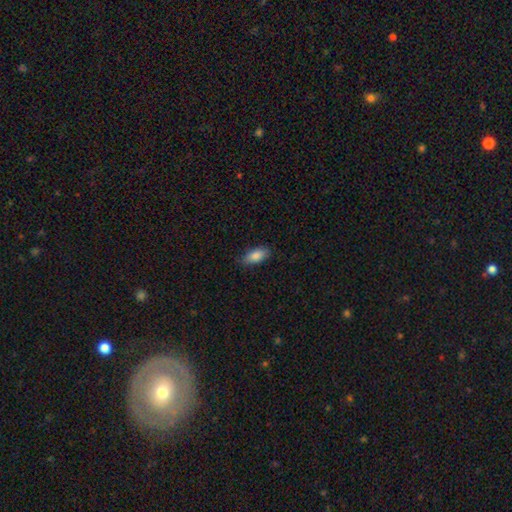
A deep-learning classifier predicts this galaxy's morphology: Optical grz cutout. It shows a smooth galaxy with no disk features (86%) that is in between round and cigar-shaped (87%). Merging: none (84%).